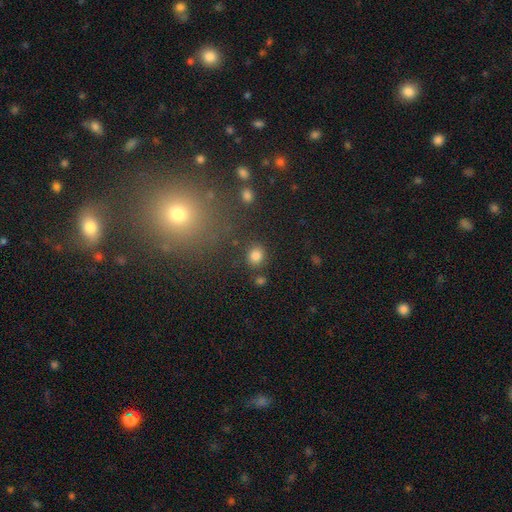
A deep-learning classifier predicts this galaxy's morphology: Overall: smooth (82%). How rounded: round (75%). Merging: none (83%).